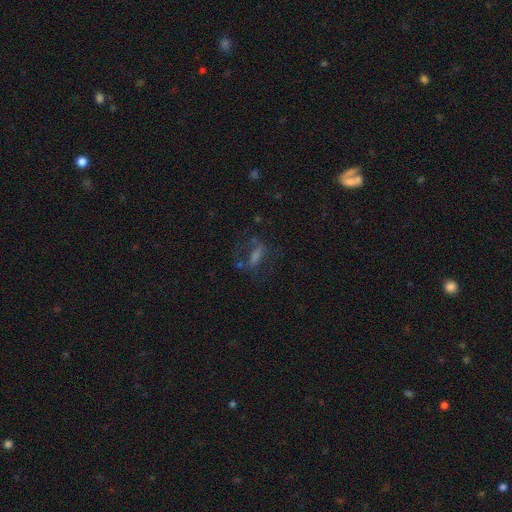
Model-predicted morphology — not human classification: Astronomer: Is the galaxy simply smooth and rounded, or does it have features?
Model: featured or disk — 41% (runner-up: smooth, 32%).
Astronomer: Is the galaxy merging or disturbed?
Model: none — 53%.